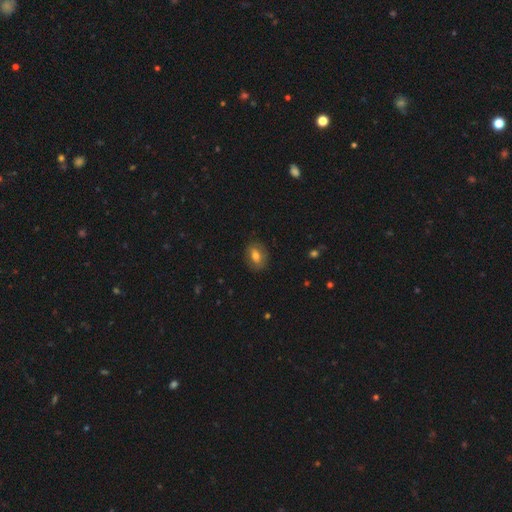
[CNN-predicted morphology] Smooth or featured?
  - smooth: 63% *
  - featured or disk: 27%
  - star or artifact: 10%
How rounded?
  - in between: 64% *
  - round: 34%
  - cigar-shaped: 2%
Merging?
  - none: 82% *
  - minor disturbance: 13%
  - major disturbance: 4%
  - merger: 1%